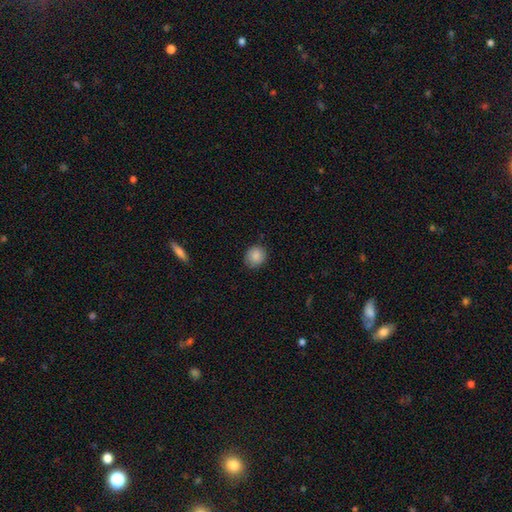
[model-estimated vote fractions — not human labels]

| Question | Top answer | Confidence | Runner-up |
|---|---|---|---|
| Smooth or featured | smooth | 87% | star or artifact (8%) |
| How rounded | round | 76% | in between (23%) |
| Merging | none | 82% | minor disturbance (14%) |